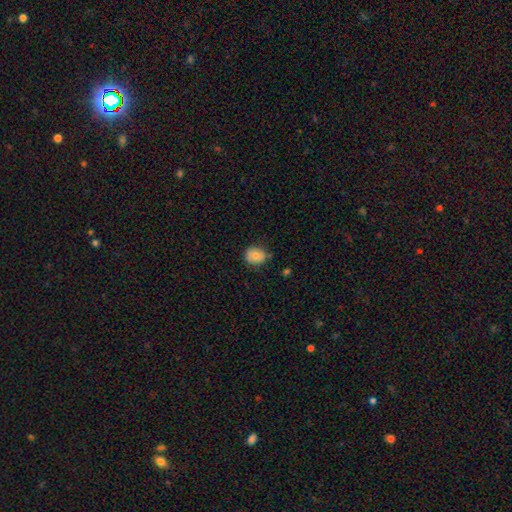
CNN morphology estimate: Smooth or featured?
  - smooth: 76% *
  - featured or disk: 15%
  - star or artifact: 8%
How rounded?
  - round: 68% *
  - in between: 32%
  - cigar-shaped: 1%
Merging?
  - none: 72% *
  - minor disturbance: 22%
  - major disturbance: 4%
  - merger: 2%